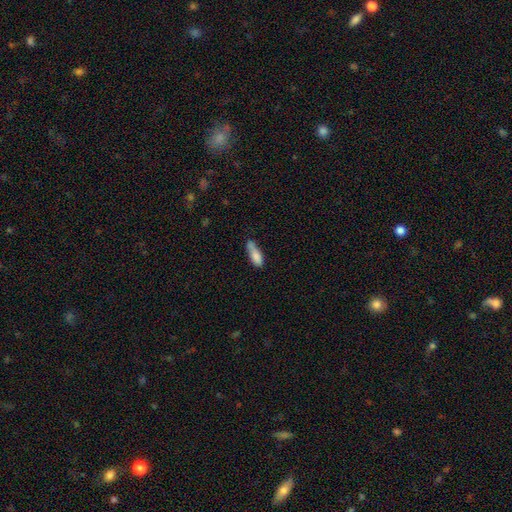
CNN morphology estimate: Overall: smooth (80%). How rounded: in between (60%; cigar-shaped 37%). Merging: none (40%; minor disturbance 33%).